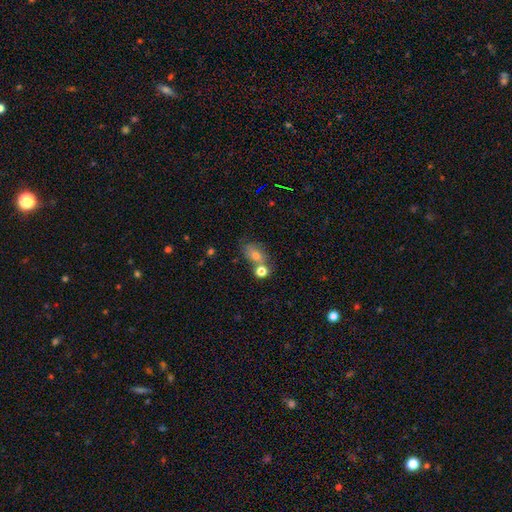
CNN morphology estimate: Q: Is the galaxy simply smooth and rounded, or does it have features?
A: smooth — 67%.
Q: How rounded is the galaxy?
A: in between — 68%.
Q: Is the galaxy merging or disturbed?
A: none — 43%.